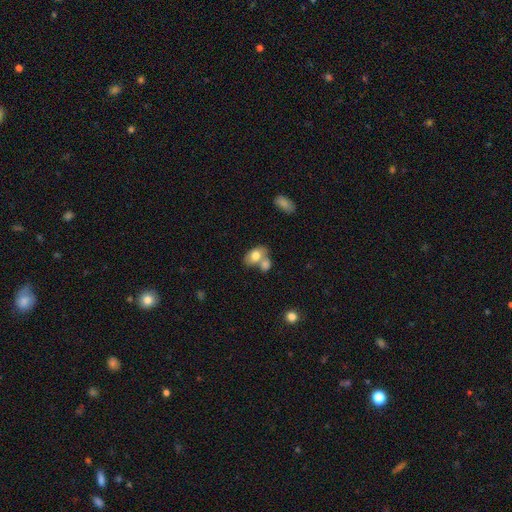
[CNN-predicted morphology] Smooth or featured? smooth (75%)
How rounded? in between (81%)
Merging? merger (49%)